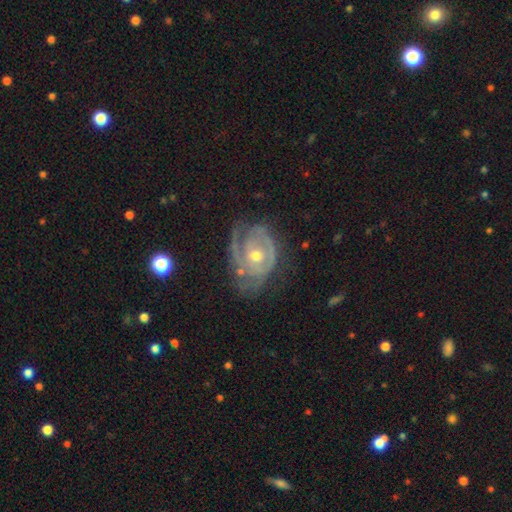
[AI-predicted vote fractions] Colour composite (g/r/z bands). It shows a featured or disk galaxy (85%) with no bar (75%), 2 (35%) tight (65%) spiral arms (88%) and a moderate central bulge (62%). Merging: none (55%).